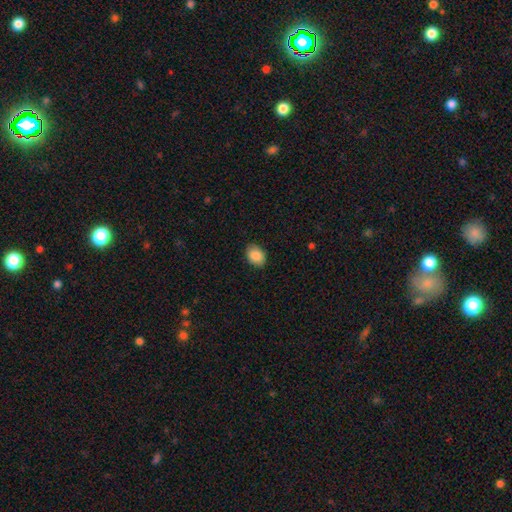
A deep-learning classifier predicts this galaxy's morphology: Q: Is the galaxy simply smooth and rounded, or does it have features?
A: smooth — 88%.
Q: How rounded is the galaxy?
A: in between — 80%.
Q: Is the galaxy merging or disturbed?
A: none — 87%.